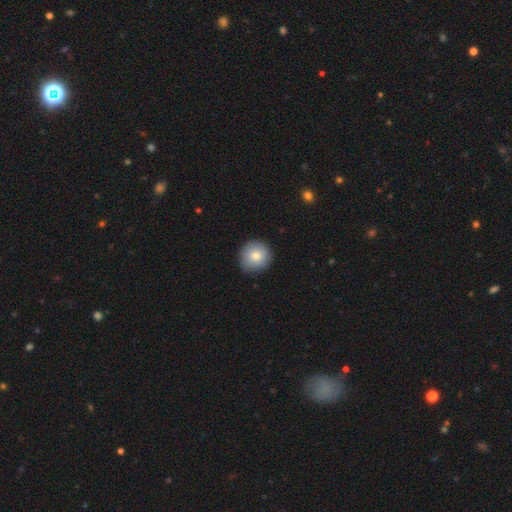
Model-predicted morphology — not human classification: smooth 79%, featured or disk 13%, star or artifact 8%. Down the decision tree: how rounded — round (93%); merging — none (86%).